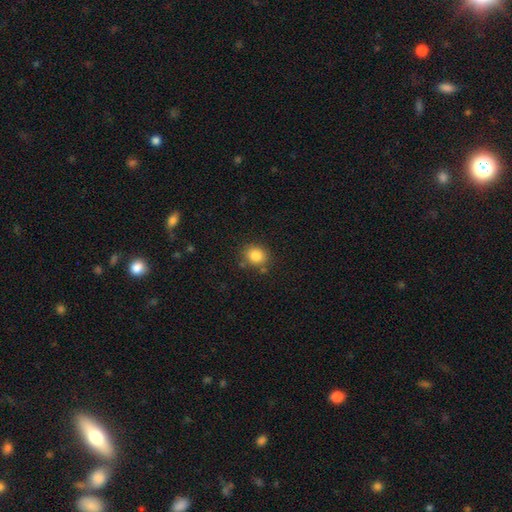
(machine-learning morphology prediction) This is clearly a smooth galaxy (84%). How rounded: likely round (68%). Merging: likely none (79%).